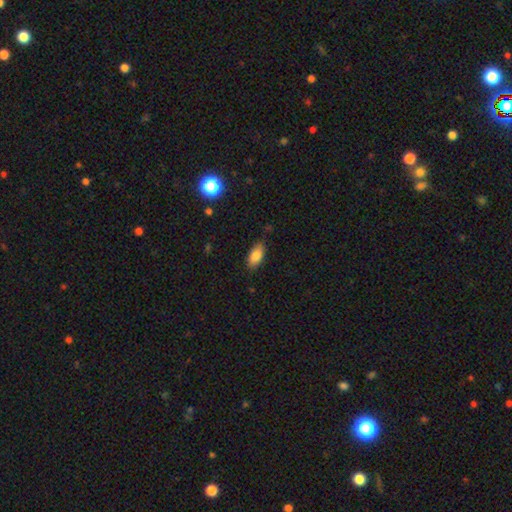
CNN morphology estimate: Smooth or featured: smooth — 84% (featured or disk — 8%)
How rounded: in between — 89% (cigar-shaped — 7%)
Merging: none — 81% (minor disturbance — 15%)